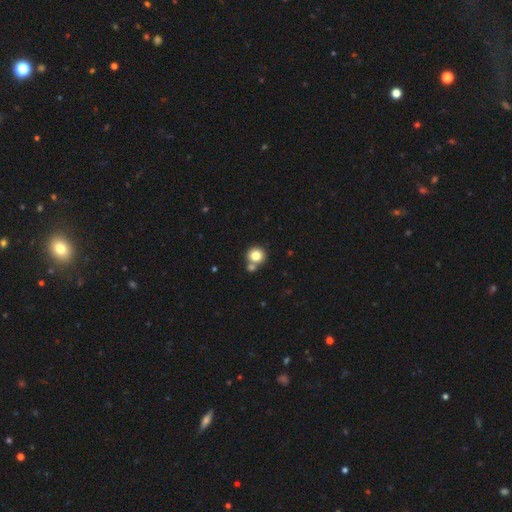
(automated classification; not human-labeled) Morphology: type=smooth (80%); roundness=round (90%); merging=none (62%).